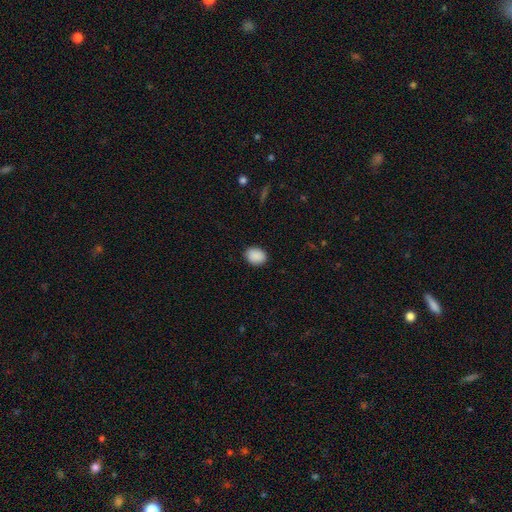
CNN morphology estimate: Smooth or featured?
  - smooth: 90% *
  - star or artifact: 8%
  - featured or disk: 2%
How rounded?
  - in between: 62% *
  - round: 37%
  - cigar-shaped: 1%
Merging?
  - none: 89% *
  - minor disturbance: 8%
  - major disturbance: 2%
  - merger: 1%